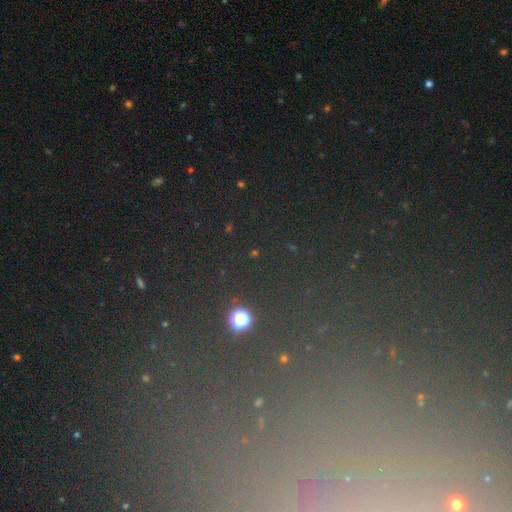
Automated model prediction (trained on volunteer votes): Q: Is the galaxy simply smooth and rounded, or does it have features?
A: star or artifact — 71%.